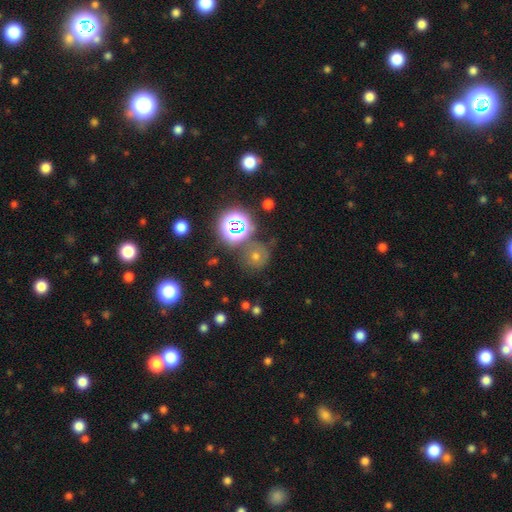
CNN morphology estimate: Smooth or featured?
  - star or artifact: 46% *
  - smooth: 41%
  - featured or disk: 13%